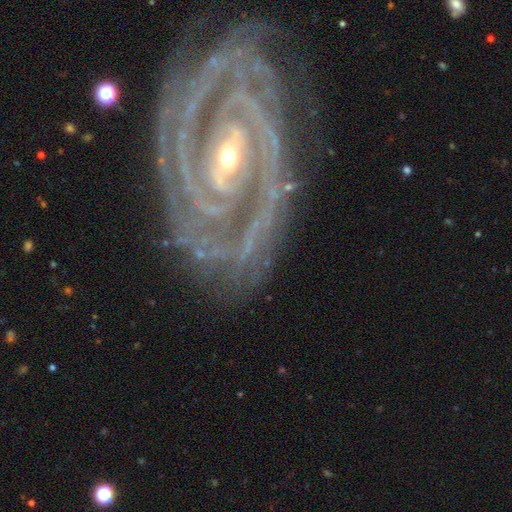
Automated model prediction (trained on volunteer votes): This appears to be a featured or disk galaxy (91%) with a strong bar (37%), 2 (43%) tight (79%) spiral arms (96%) and a small central bulge (56%). Merging: none (77%).